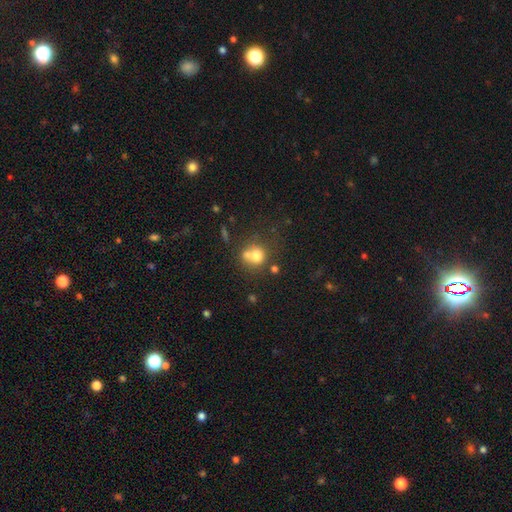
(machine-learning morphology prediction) Smooth or featured? Predicted: smooth (p=0.71). How rounded? Predicted: round (p=0.81). Merging? Predicted: merger (p=0.43).